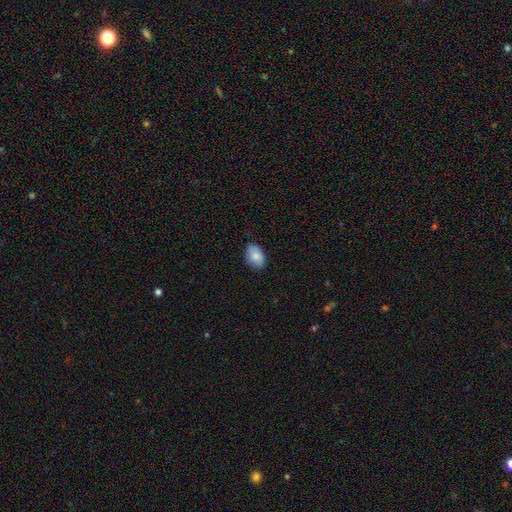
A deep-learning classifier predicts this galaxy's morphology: This appears to be a smooth galaxy with no disk features (85%) that is in between round and cigar-shaped (89%). Merging: none (82%).